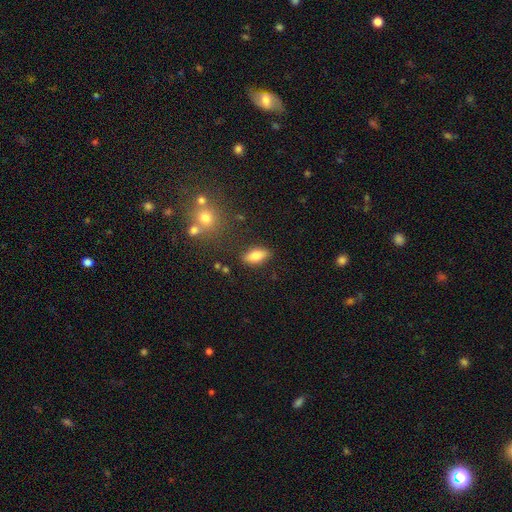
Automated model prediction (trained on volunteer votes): Morphology: type=smooth (78%); roundness=in between (85%); merging=none (84%).